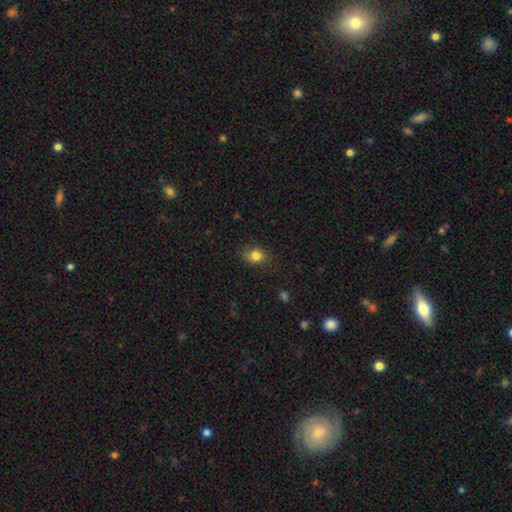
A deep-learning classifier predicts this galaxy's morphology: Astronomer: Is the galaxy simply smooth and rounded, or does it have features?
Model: smooth — 82%.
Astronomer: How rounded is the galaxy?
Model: in between — 51% (runner-up: round, 48%).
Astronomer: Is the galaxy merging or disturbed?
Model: none — 77%.